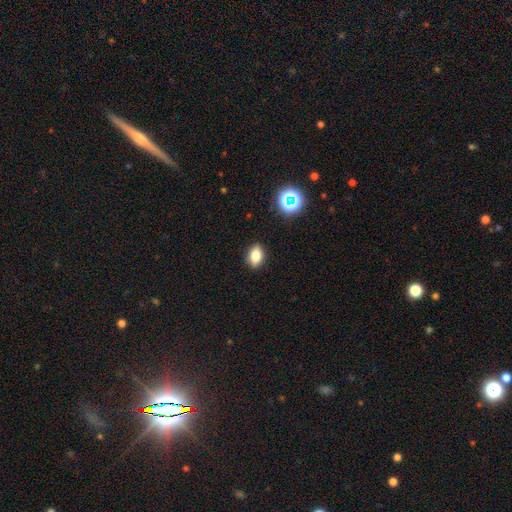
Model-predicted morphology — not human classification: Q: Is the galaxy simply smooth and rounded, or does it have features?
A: smooth — 79%.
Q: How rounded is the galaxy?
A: in between — 80%.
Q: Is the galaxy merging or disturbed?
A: none — 88%.